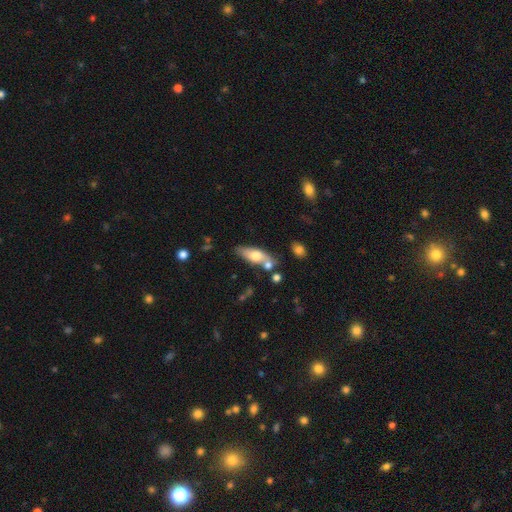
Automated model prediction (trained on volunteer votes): Q: Smooth or featured?
A: smooth (63%); runner-up: featured or disk (31%)
Q: How rounded?
A: in between (66%); runner-up: cigar-shaped (31%)
Q: Merging?
A: none (60%); runner-up: merger (18%)